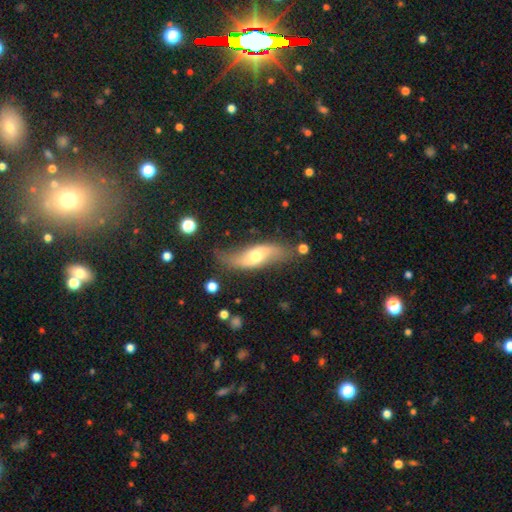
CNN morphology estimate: Smooth or featured? Predicted: featured or disk (p=0.67). Edge-on disk? Predicted: no (p=0.78). Bar? Predicted: no (p=0.54). Spiral arms? Predicted: yes (p=0.84). Bulge size? Predicted: moderate (p=0.67). Merging? Predicted: none (p=0.63).